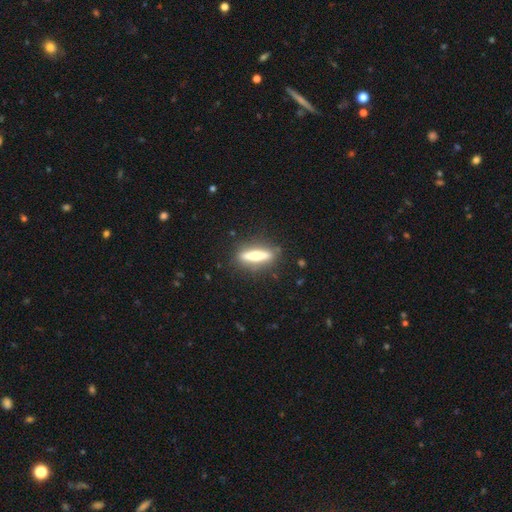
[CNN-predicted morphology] The model was most divided on "smooth or featured": featured or disk: 51%, smooth: 42%, star or artifact: 6%. More confident: edge-on disk — yes (87%); merging — none (86%).